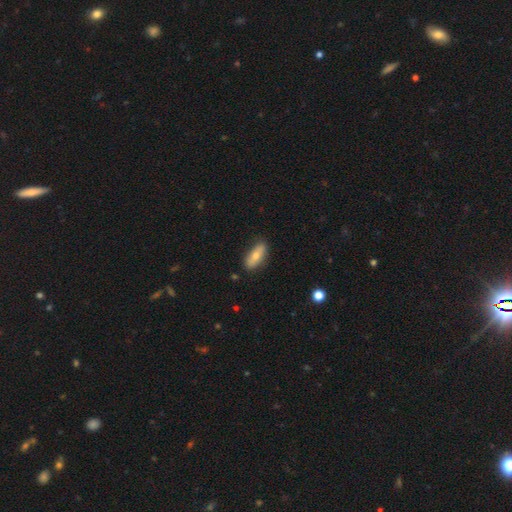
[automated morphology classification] Smooth or featured? Predicted: smooth (p=0.67). How rounded? Predicted: in between (p=0.73). Merging? Predicted: none (p=0.82).